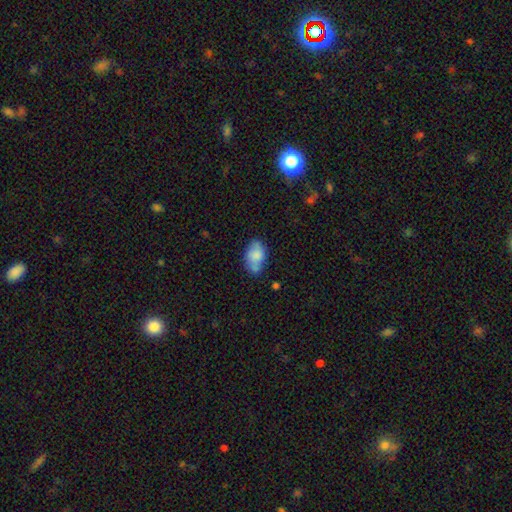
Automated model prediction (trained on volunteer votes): smooth_or_featured: smooth (p=0.72) [alt: featured or disk p=0.20]
how_rounded: in between (p=0.89) [alt: round p=0.09]
merging: none (p=0.52) [alt: minor disturbance p=0.26]